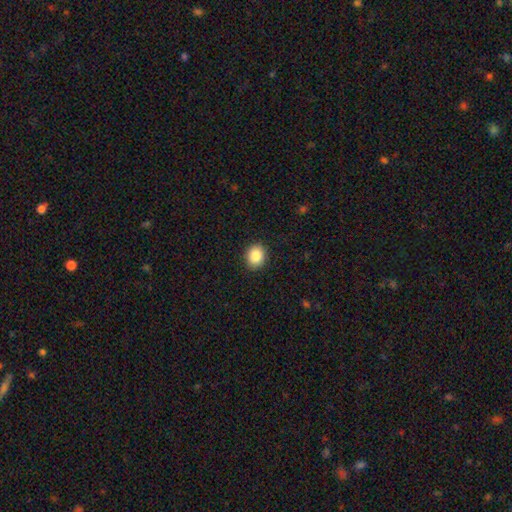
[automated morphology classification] A smooth galaxy with no disk features (86%) that is round (62%).

Vote fractions:
- Smooth or featured? smooth: 86% / star or artifact: 9% / featured or disk: 5%
- How rounded? round: 62% / in between: 37% / cigar-shaped: 1%
- Merging? none: 91% / minor disturbance: 7% / major disturbance: 2% / merger: 1%